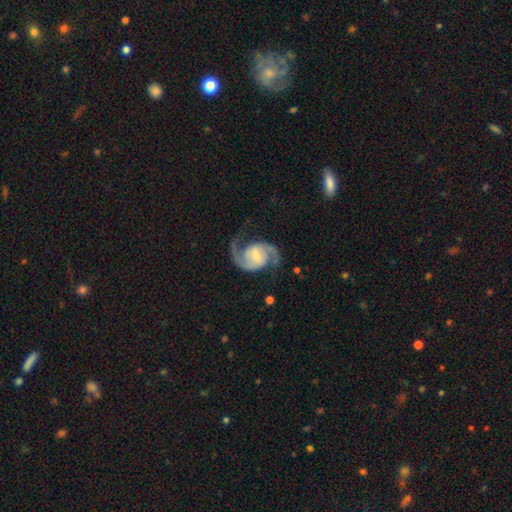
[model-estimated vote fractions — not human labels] smooth_or_featured: featured or disk (p=0.92) [alt: smooth p=0.04]
disk_edge_on: no (p=0.98) [alt: yes p=0.02]
bar: weak (p=0.52) [alt: no p=0.28]
has_spiral_arms: yes (p=0.98) [alt: no p=0.02]
spiral_winding: medium (p=0.54) [alt: loose p=0.32]
spiral_arm_count: 2 (p=0.94) [alt: can't tell p=0.02]
bulge_size: small (p=0.44) [alt: moderate p=0.36]
merging: none (p=0.77) [alt: minor disturbance p=0.13]